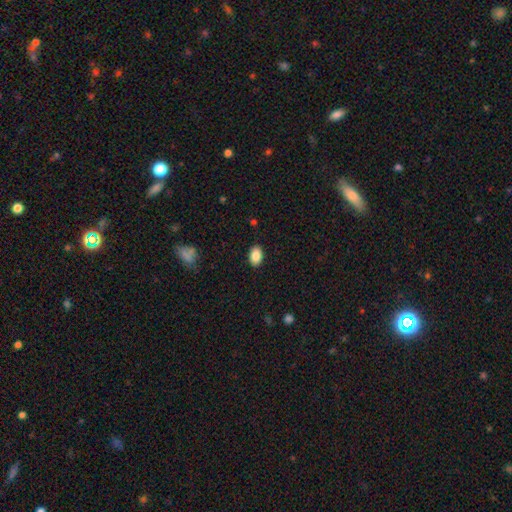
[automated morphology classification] Smooth or featured?
  - smooth: 87% *
  - star or artifact: 8%
  - featured or disk: 5%
How rounded?
  - in between: 87% *
  - round: 12%
  - cigar-shaped: 1%
Merging?
  - none: 88% *
  - minor disturbance: 9%
  - major disturbance: 2%
  - merger: 1%